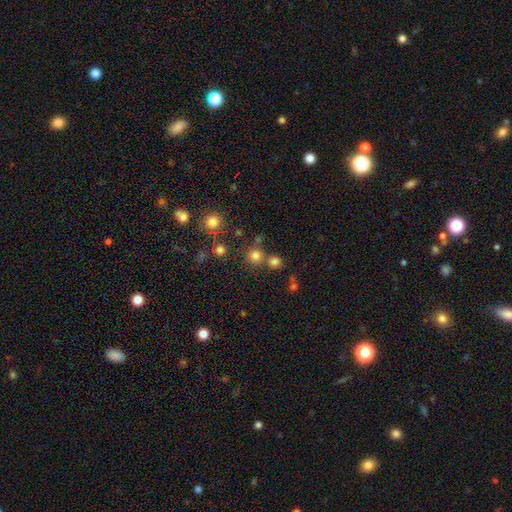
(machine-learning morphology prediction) Overall: smooth (76%). How rounded: round (91%). Merging: none (69%).